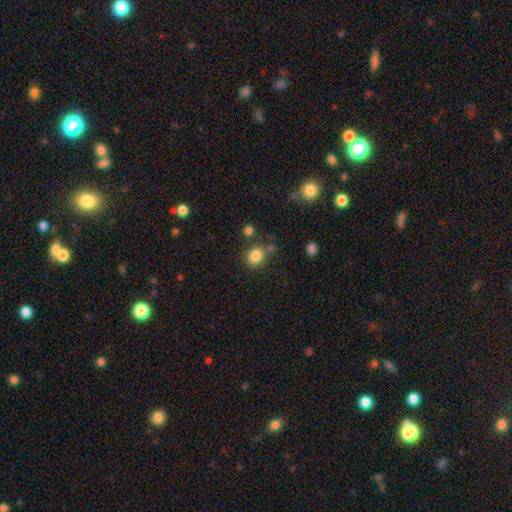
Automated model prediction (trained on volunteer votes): Smooth or featured? Predicted: smooth (p=0.84). How rounded? Predicted: round (p=0.59). Merging? Predicted: none (p=0.70).